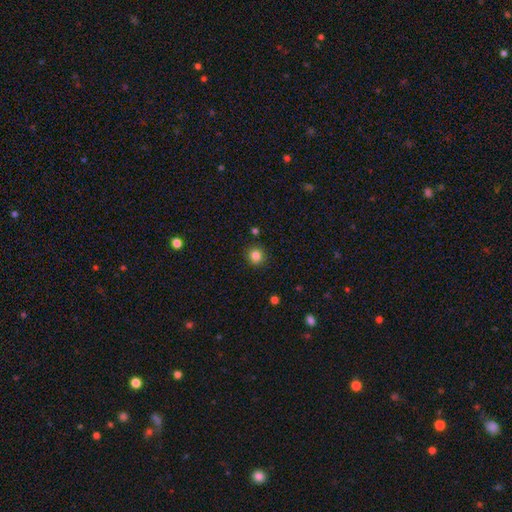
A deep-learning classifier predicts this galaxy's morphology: smooth-or-featured: smooth: 84% | star or artifact: 11% | featured or disk: 5%
  how-rounded: round: 91% | in between: 8% | cigar-shaped: 1%
  merging: none: 90% | minor disturbance: 6% | major disturbance: 2% | merger: 2%